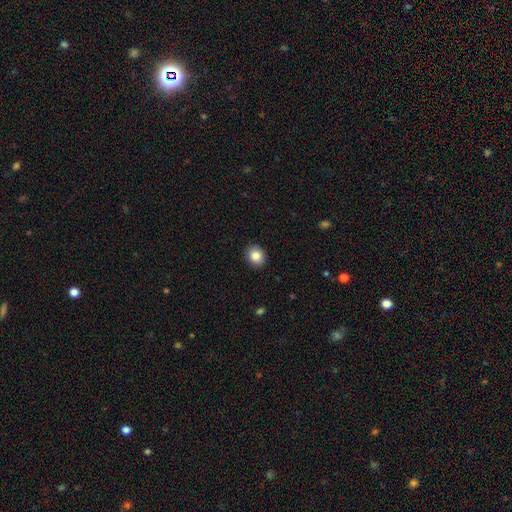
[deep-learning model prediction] smooth_or_featured: smooth (p=0.85) [alt: star or artifact p=0.09]
how_rounded: round (p=0.65) [alt: in between p=0.34]
merging: none (p=0.91) [alt: minor disturbance p=0.07]